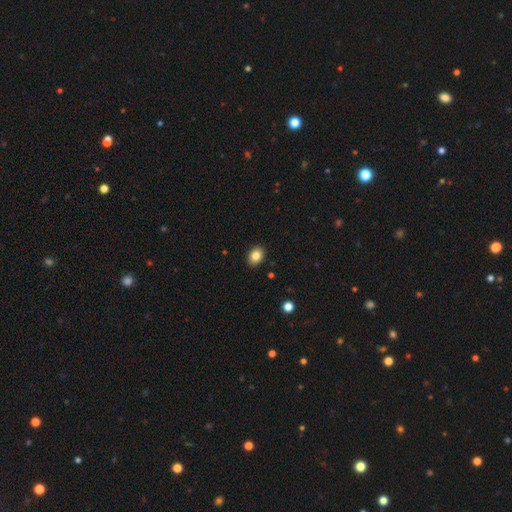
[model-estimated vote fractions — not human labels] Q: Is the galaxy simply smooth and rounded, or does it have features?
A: smooth — 83%.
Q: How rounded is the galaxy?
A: in between — 71%.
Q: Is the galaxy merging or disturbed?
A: none — 90%.